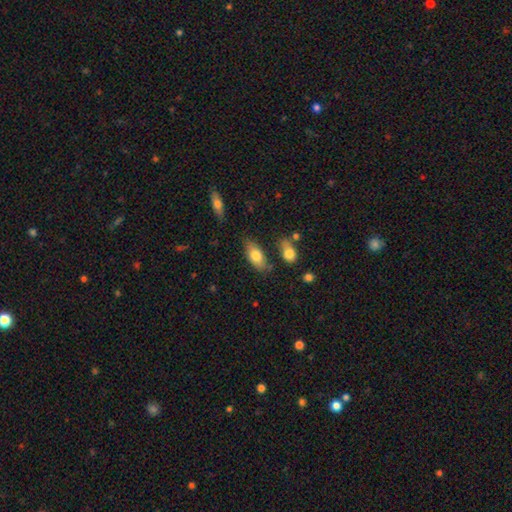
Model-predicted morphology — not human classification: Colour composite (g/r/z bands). It shows a smooth galaxy with no disk features (77%) that is in between round and cigar-shaped (89%). Merging: none (74%).